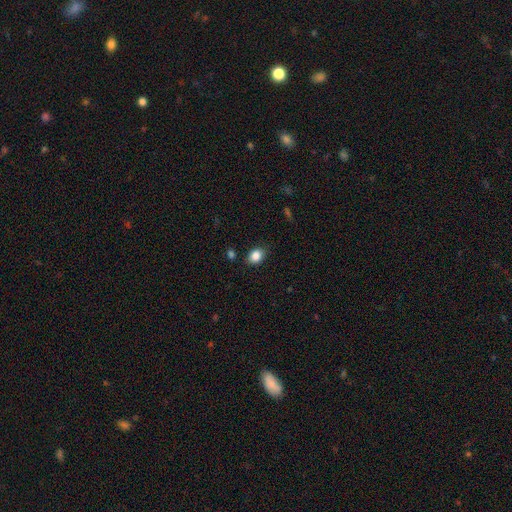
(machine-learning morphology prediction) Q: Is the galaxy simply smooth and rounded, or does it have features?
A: smooth — 86%.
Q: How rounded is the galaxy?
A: in between — 60%.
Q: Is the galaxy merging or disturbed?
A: none — 83%.